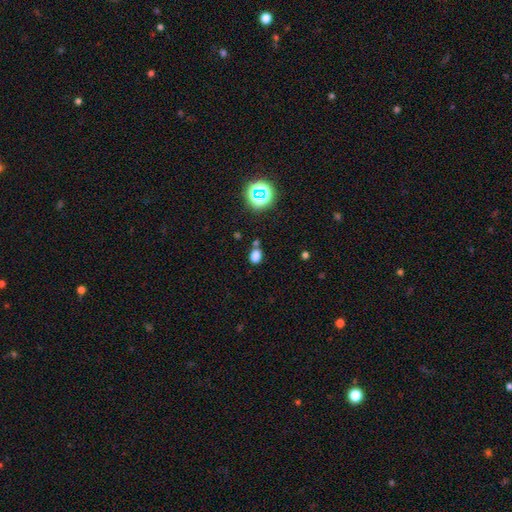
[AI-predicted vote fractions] smooth 75%, star or artifact 20%, featured or disk 6%. Down the decision tree: how rounded — in between (68%); merging — none (68%).